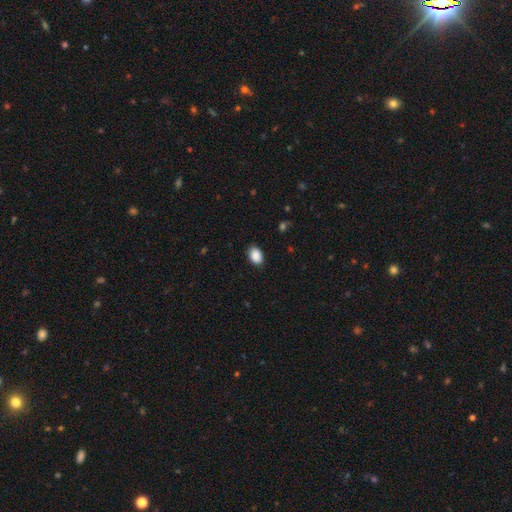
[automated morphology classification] A smooth galaxy with no disk features (90%) that is in between round and cigar-shaped (86%). Merging: none (87%).